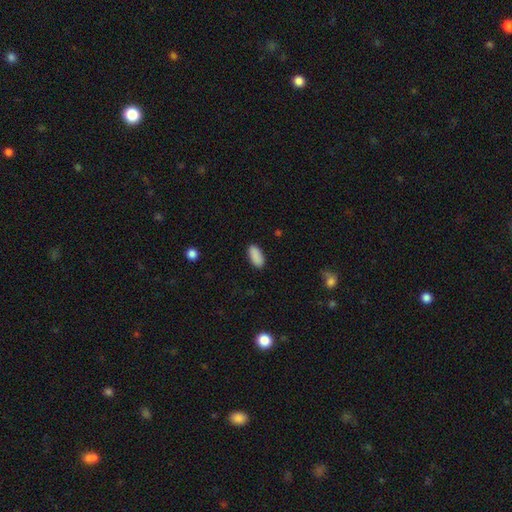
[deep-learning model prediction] This is clearly a smooth galaxy (90%). How rounded: clearly in between (89%). Merging: clearly none (88%).